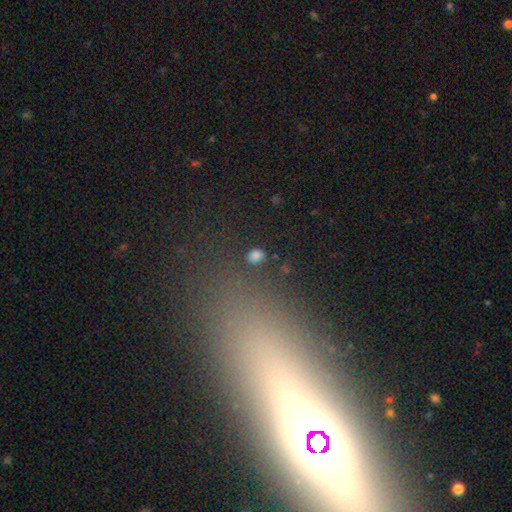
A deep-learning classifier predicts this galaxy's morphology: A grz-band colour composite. It shows a smooth galaxy with no disk features (76%) that is in between round and cigar-shaped (55%). Merging: none (86%).